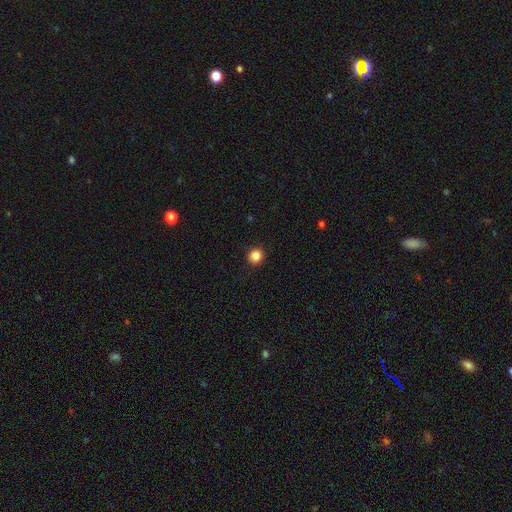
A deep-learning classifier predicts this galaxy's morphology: smooth 85%, star or artifact 11%, featured or disk 4%. Down the decision tree: how rounded — round (91%); merging — none (93%).